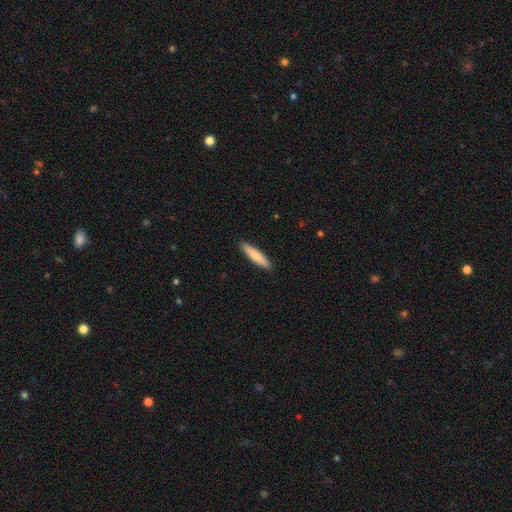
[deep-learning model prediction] Morphology: type=smooth (77%); roundness=cigar-shaped (86%); merging=none (91%).